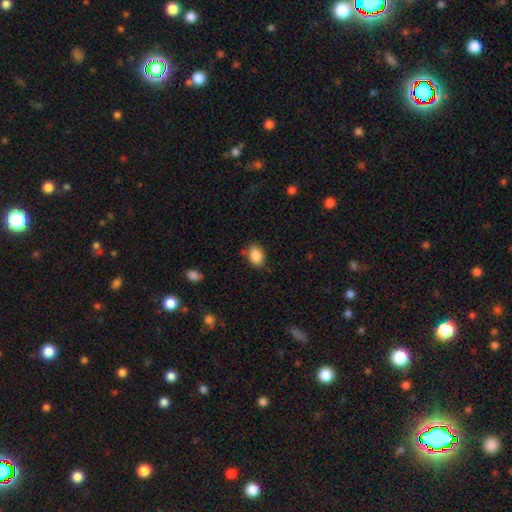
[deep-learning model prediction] Q: Smooth or featured?
A: smooth (88%); runner-up: star or artifact (8%)
Q: How rounded?
A: in between (77%); runner-up: round (22%)
Q: Merging?
A: none (80%); runner-up: minor disturbance (14%)